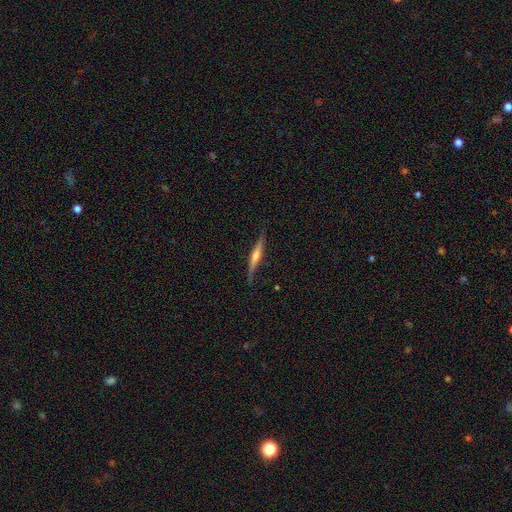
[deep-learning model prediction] Morphology: type=featured or disk (69%); edge-on=yes (96%); edge-on bulge=rounded (82%); merging=none (81%).